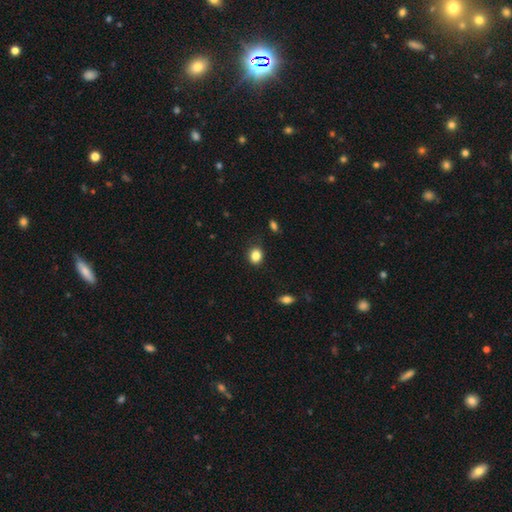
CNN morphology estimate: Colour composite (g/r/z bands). It shows a smooth galaxy with no disk features (85%) that is round (59%). Merging: none (82%).